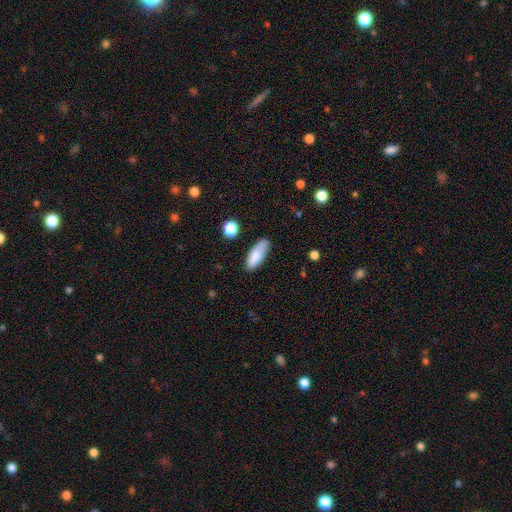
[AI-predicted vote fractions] smooth-or-featured: smooth: 84% | featured or disk: 9% | star or artifact: 7%
  how-rounded: in between: 69% | cigar-shaped: 29% | round: 2%
  merging: none: 72% | minor disturbance: 21% | major disturbance: 4% | merger: 3%